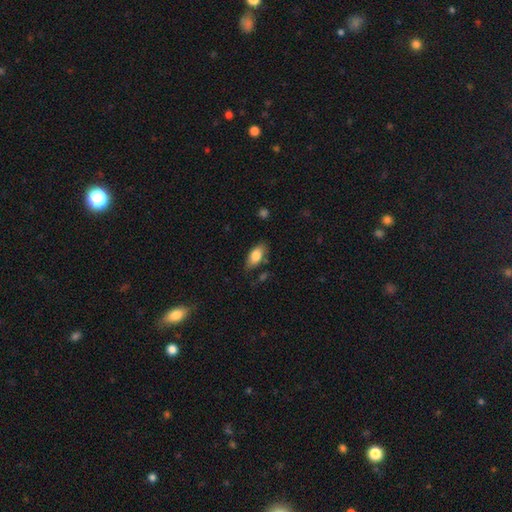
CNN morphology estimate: Smooth or featured: smooth — 80% (featured or disk — 13%)
How rounded: in between — 90% (cigar-shaped — 7%)
Merging: none — 73% (minor disturbance — 19%)